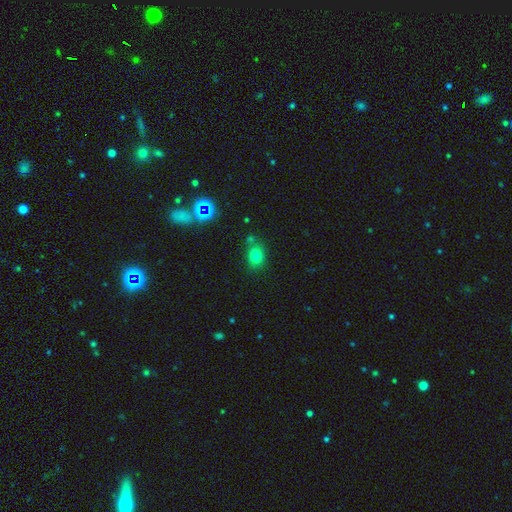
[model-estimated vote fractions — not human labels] This appears to be a smooth galaxy with no disk features (75%) that is in between round and cigar-shaped (50%). Merging: none (71%).